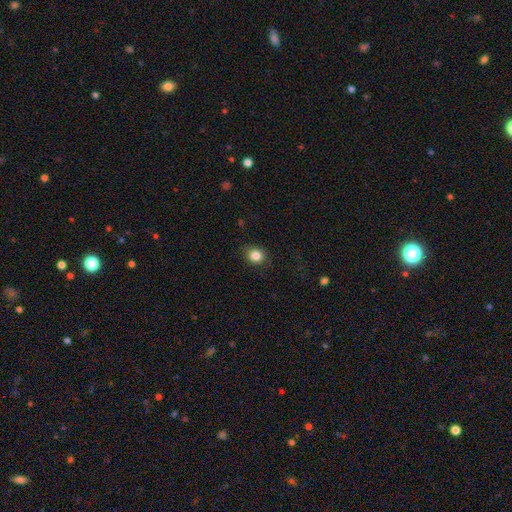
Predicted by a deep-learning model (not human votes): smooth 84%, star or artifact 11%, featured or disk 5%. Down the decision tree: how rounded — round (78%); merging — none (85%).